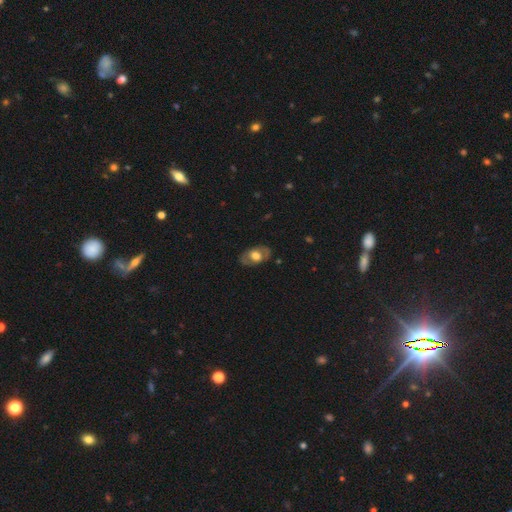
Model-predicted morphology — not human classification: smooth_or_featured: featured or disk (p=0.49) [alt: smooth p=0.45]
merging: none (p=0.79) [alt: minor disturbance p=0.15]